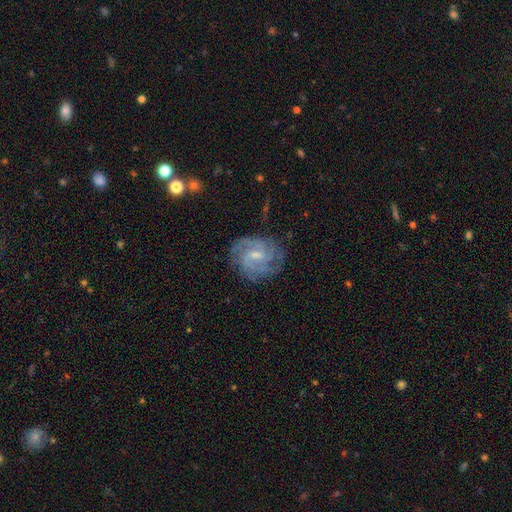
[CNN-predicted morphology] This is clearly a featured or disk galaxy (85%). It is clearly not viewed edge-on (98%). Bar: possibly weak (59%). Spiral arm pattern: clearly yes (96%). Spiral arm count: marginally 2 (33%). Spiral winding: possibly tight (52%). Central bulge: possibly small (56%). Merging: likely none (75%).